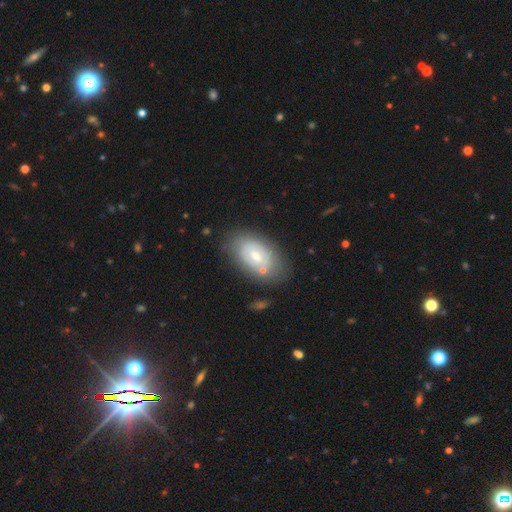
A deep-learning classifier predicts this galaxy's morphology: A featured or disk galaxy (51%).

Vote fractions:
- Smooth or featured? featured or disk: 51% / smooth: 41% / star or artifact: 8%
- Edge-on disk? no: 92% / yes: 8%
- Merging? none: 72% / minor disturbance: 17% / merger: 5% / major disturbance: 5%